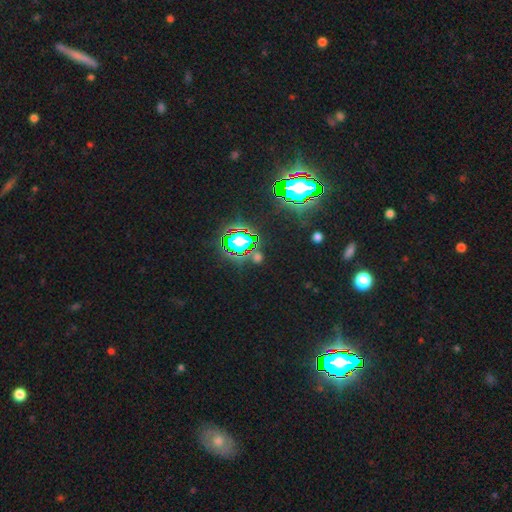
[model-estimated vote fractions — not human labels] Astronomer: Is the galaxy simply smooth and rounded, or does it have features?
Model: star or artifact — 79%.